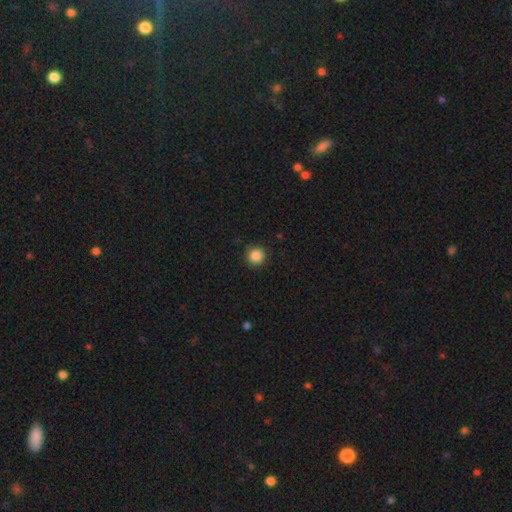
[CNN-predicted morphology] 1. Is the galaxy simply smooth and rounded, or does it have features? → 87% smooth, 10% star or artifact, 3% featured or disk.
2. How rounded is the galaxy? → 95% round, 4% in between, 1% cigar-shaped.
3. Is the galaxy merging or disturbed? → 92% none, 5% minor disturbance, 2% major disturbance, 1% merger.